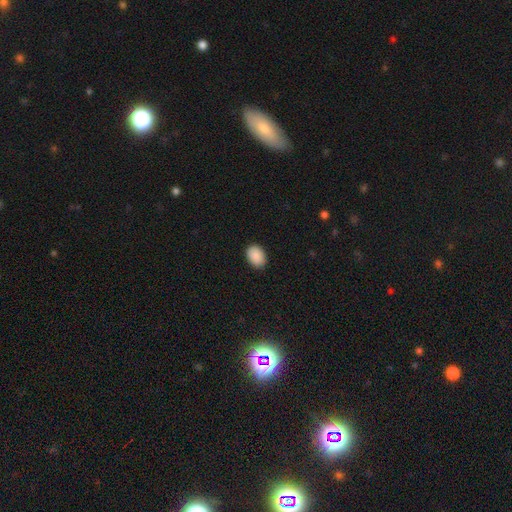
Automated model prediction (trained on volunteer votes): Smooth or featured? Predicted: smooth (p=0.90). How rounded? Predicted: in between (p=0.72). Merging? Predicted: none (p=0.88).